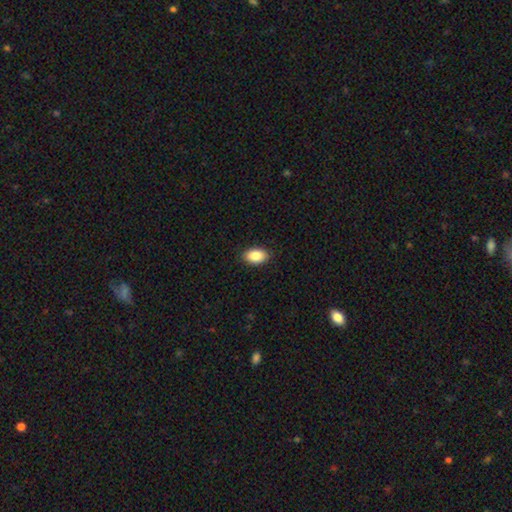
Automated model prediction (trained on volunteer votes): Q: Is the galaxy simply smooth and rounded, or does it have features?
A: smooth — 88%.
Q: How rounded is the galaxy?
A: in between — 91%.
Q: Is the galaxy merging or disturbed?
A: none — 89%.